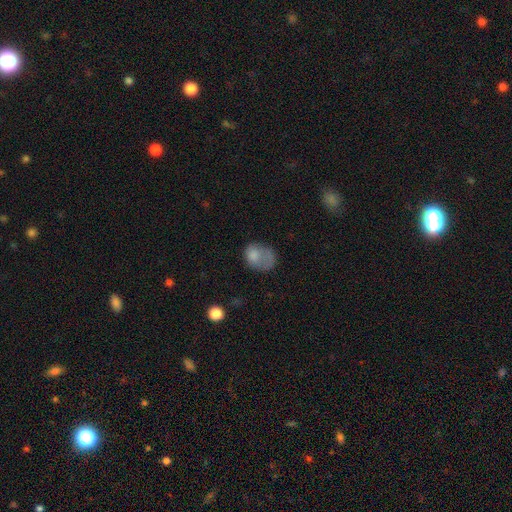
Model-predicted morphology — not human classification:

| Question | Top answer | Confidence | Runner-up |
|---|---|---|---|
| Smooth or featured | smooth | 72% | featured or disk (19%) |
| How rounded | in between | 66% | round (33%) |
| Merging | major disturbance | 40% | none (28%) |